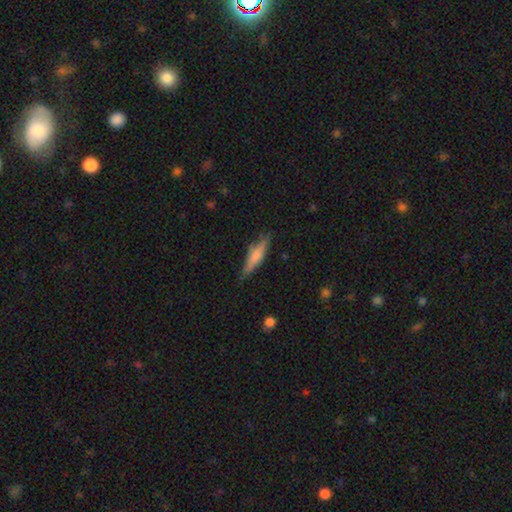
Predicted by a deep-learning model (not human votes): smooth 62%, featured or disk 31%, star or artifact 7%. Down the decision tree: how rounded — cigar-shaped (79%); merging — none (78%).